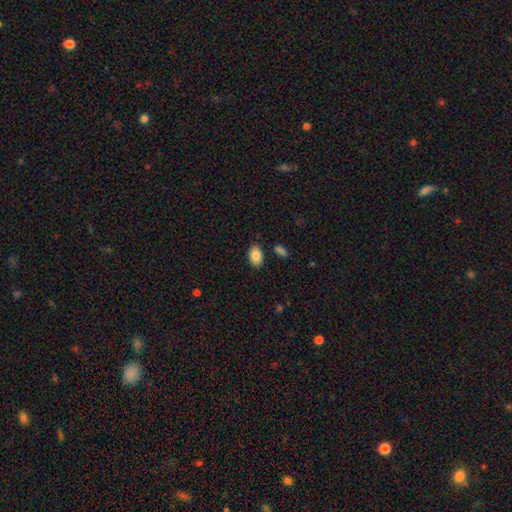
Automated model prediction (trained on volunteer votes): smooth_or_featured: smooth (p=0.86) [alt: star or artifact p=0.07]
how_rounded: in between (p=0.86) [alt: round p=0.13]
merging: none (p=0.85) [alt: minor disturbance p=0.10]